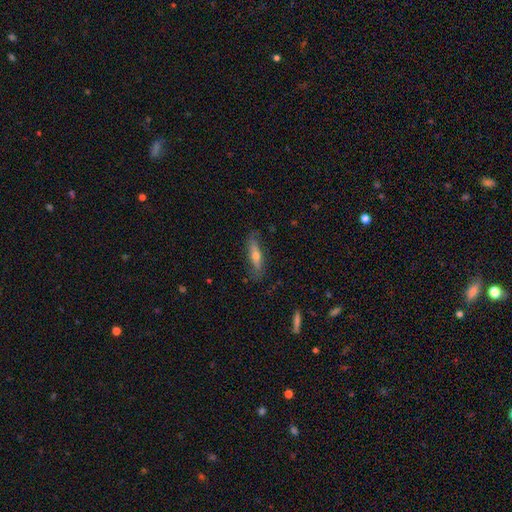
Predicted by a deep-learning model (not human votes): smooth_or_featured: featured or disk (p=0.50) [alt: smooth p=0.42]
disk_edge_on: yes (p=0.78) [alt: no p=0.22]
merging: none (p=0.78) [alt: minor disturbance p=0.16]